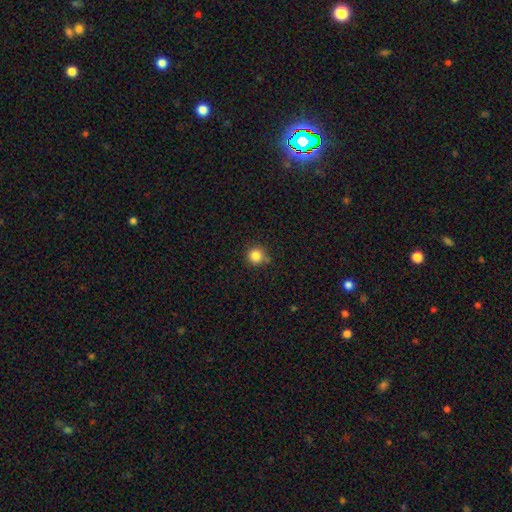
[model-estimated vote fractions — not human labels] The model was most divided on "merging": none: 76%, minor disturbance: 15%, merger: 6%, major disturbance: 3%. More confident: how rounded — round (94%); smooth or featured — smooth (84%).